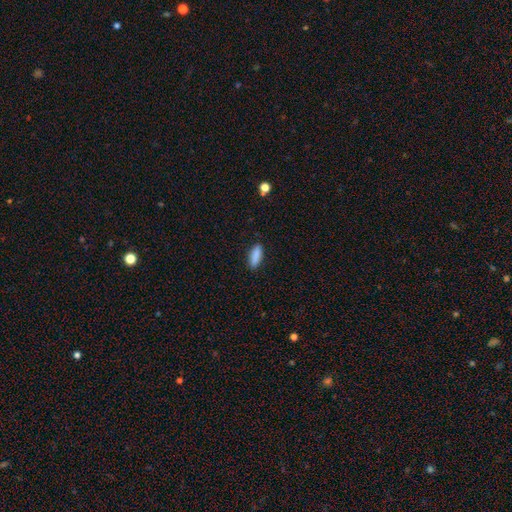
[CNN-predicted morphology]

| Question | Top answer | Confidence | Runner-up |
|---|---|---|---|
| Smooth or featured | smooth | 88% | star or artifact (7%) |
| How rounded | in between | 61% | cigar-shaped (37%) |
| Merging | none | 88% | minor disturbance (9%) |